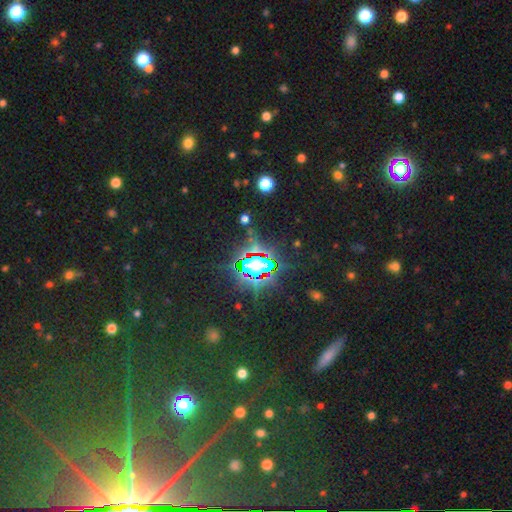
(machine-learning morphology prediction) Smooth or featured? Predicted: star or artifact (p=0.79).